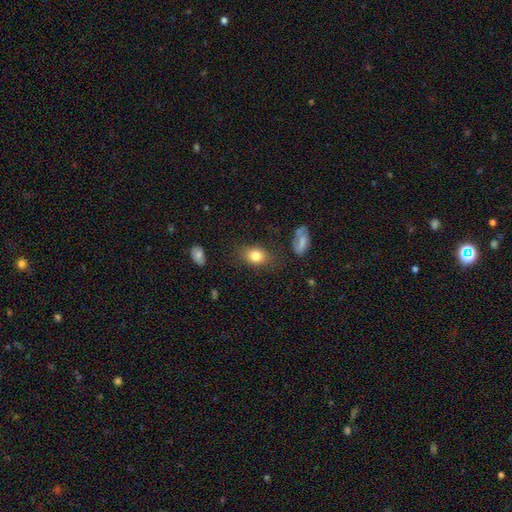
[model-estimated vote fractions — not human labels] A smooth galaxy with no disk features (81%) that is in between round and cigar-shaped (69%). Merging: none (76%).